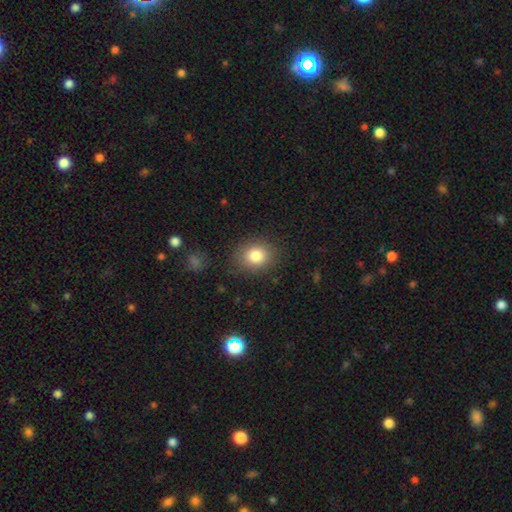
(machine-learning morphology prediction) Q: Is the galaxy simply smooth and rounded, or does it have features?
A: smooth — 83%.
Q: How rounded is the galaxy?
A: round — 61%.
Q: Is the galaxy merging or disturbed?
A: none — 85%.